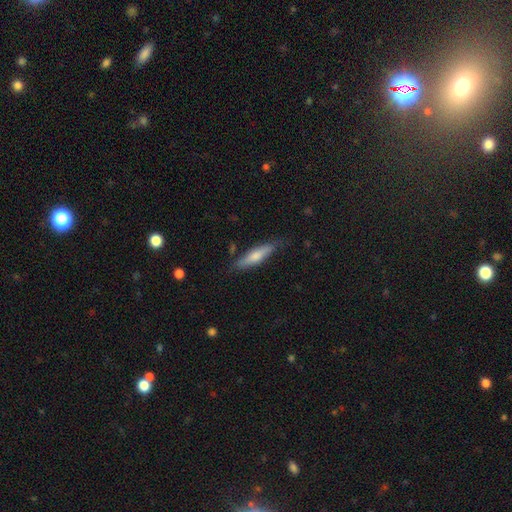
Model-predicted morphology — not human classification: A smooth galaxy with no disk features (60%) that is cigar-shaped (78%). Merging: none (79%).